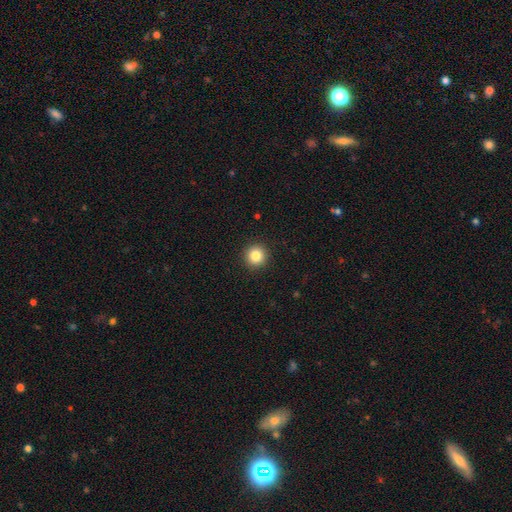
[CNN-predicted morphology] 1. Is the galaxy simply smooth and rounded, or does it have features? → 83% smooth, 11% star or artifact, 6% featured or disk.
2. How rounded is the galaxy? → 95% round, 4% in between, 1% cigar-shaped.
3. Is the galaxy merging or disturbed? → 93% none, 5% minor disturbance, 2% major disturbance, 1% merger.